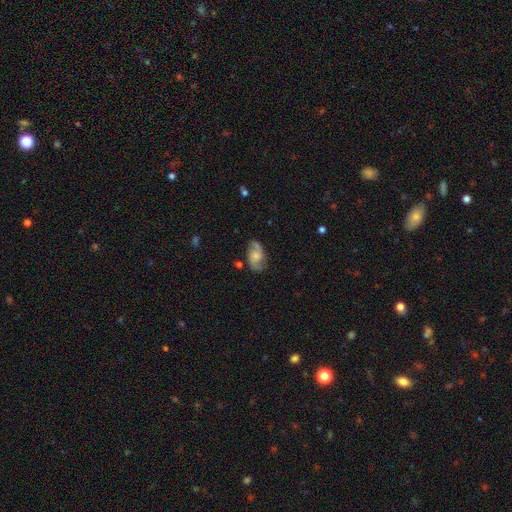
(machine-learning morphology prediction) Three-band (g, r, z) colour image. It shows a featured or disk galaxy (69%) with no bar (62%), 2 (88%) medium (44%) spiral arms (93%) and a small central bulge (38%). Merging: none (74%).